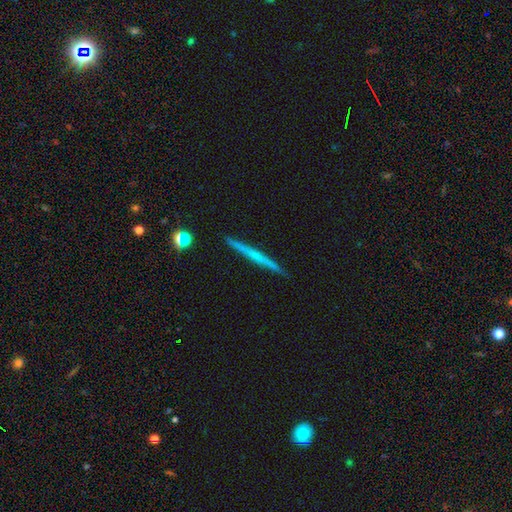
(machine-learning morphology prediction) The model was most divided on "smooth or featured": featured or disk: 52%, smooth: 42%, star or artifact: 6%. More confident: edge-on disk — yes (98%); merging — none (92%); edge-on bulge — none (85%).